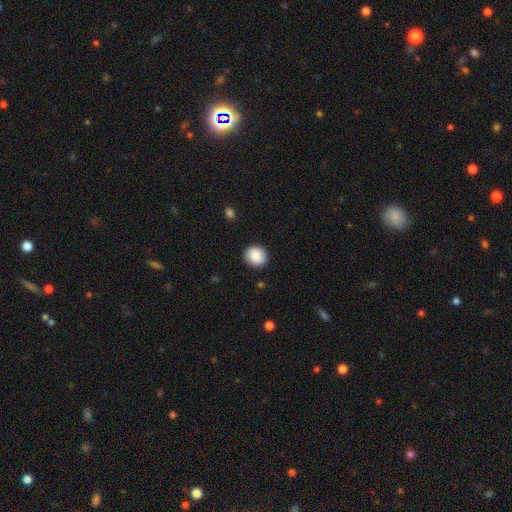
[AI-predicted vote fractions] This appears to be a smooth galaxy with no disk features (88%) that is round (81%). Merging: none (89%).